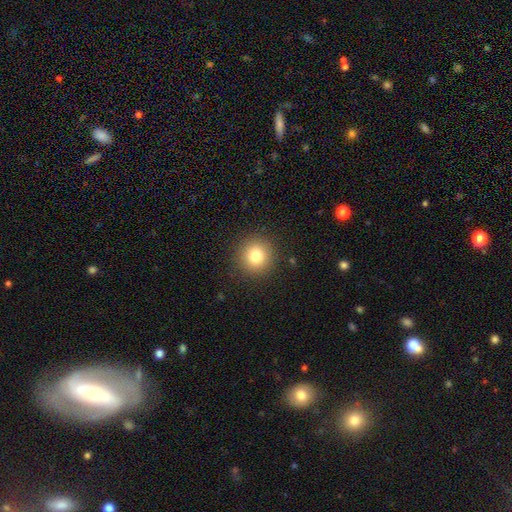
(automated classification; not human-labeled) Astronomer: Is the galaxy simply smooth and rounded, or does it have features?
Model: smooth — 80%.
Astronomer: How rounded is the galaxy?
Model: round — 94%.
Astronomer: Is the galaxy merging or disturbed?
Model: none — 91%.